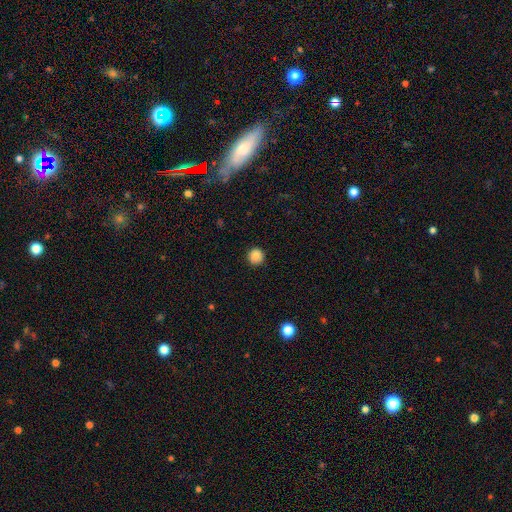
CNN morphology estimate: smooth-or-featured: smooth: 88% | star or artifact: 10% | featured or disk: 3%
  how-rounded: round: 94% | in between: 5% | cigar-shaped: 1%
  merging: none: 92% | minor disturbance: 6% | major disturbance: 2% | merger: 1%